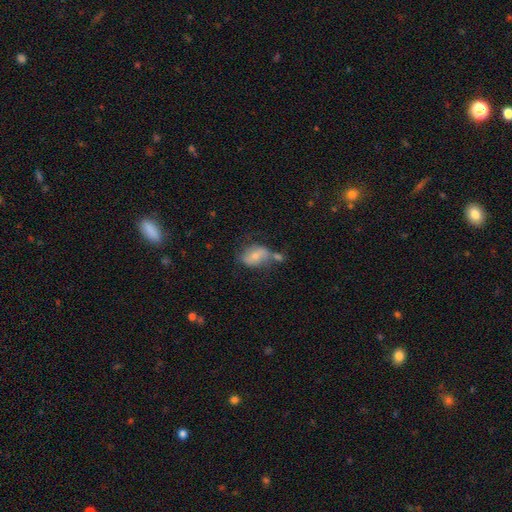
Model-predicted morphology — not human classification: A smooth galaxy with no disk features (62%) that is in between round and cigar-shaped (79%).

Vote fractions:
- Smooth or featured? smooth: 62% / featured or disk: 29% / star or artifact: 9%
- How rounded? in between: 79% / round: 19% / cigar-shaped: 2%
- Merging? none: 39% / merger: 28% / minor disturbance: 22% / major disturbance: 11%